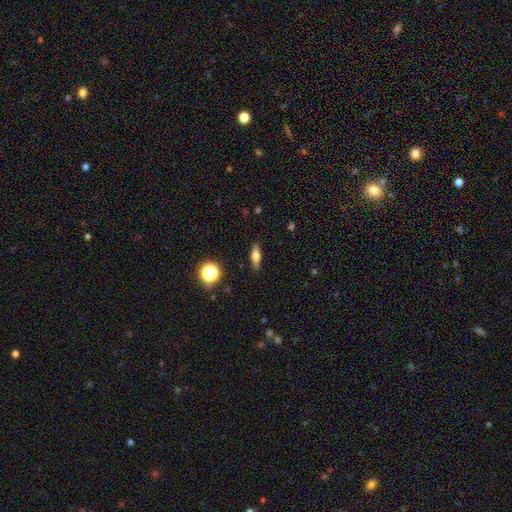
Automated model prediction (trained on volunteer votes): smooth-or-featured: smooth: 56% | featured or disk: 34% | star or artifact: 10%
  how-rounded: cigar-shaped: 47% | in between: 45% | round: 8%
  merging: none: 88% | minor disturbance: 9% | major disturbance: 2% | merger: 1%